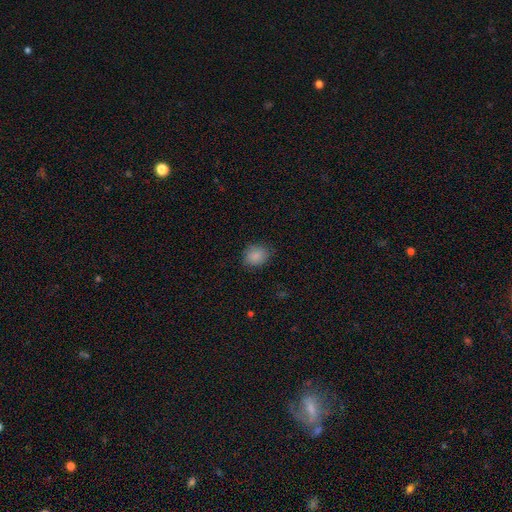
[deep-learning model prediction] The model was most divided on "how rounded": round: 57%, in between: 42%, cigar-shaped: 1%. More confident: smooth or featured — smooth (87%); merging — none (80%).